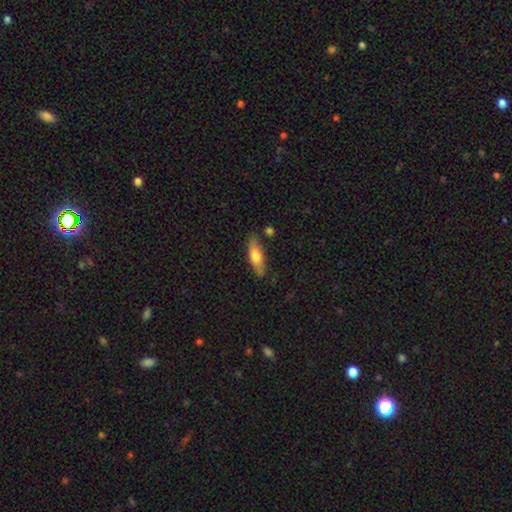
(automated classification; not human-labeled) This is likely a smooth galaxy (66%). How rounded: possibly cigar-shaped (51%). Merging: likely none (80%).